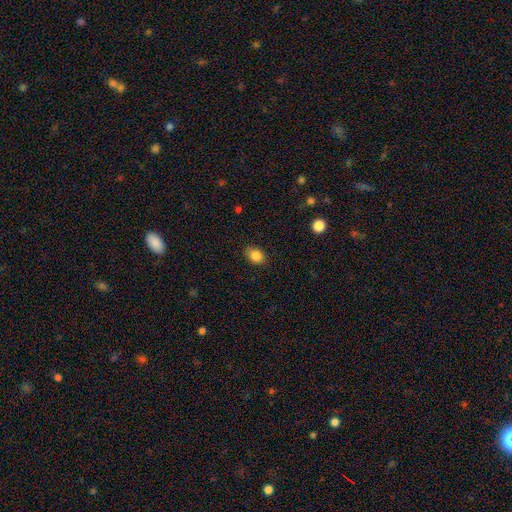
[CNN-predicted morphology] A smooth galaxy with no disk features (86%) that is in between round and cigar-shaped (58%).

Vote fractions:
- Smooth or featured? smooth: 86% / star or artifact: 10% / featured or disk: 5%
- How rounded? in between: 58% / round: 40% / cigar-shaped: 1%
- Merging? none: 83% / minor disturbance: 13% / major disturbance: 3% / merger: 1%